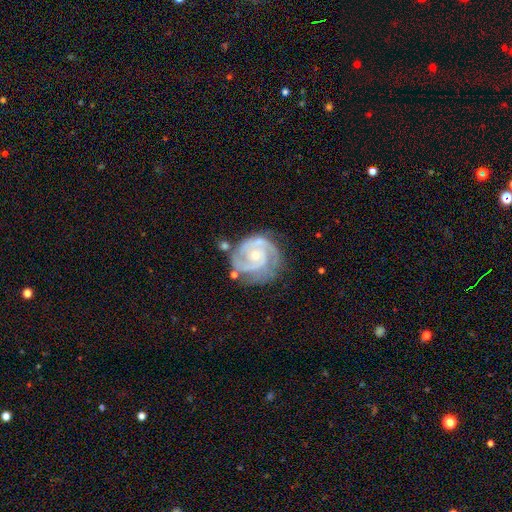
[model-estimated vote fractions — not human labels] This appears to be a featured or disk galaxy (89%) with no bar (70%), 2 (55%) tight (67%) spiral arms (97%) and a small central bulge (60%). Merging: none (67%).